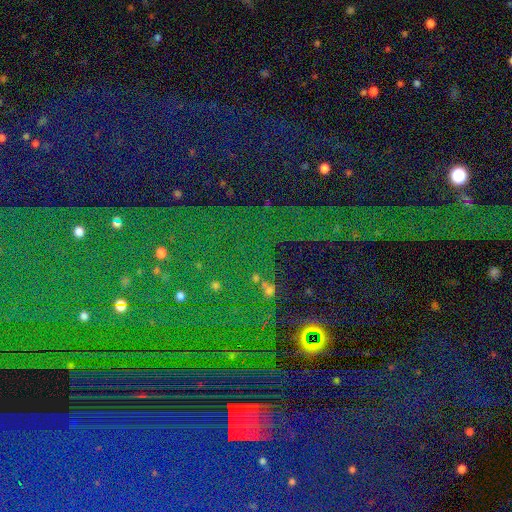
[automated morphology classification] This appears to be a star or artifact, not a galaxy (85%).